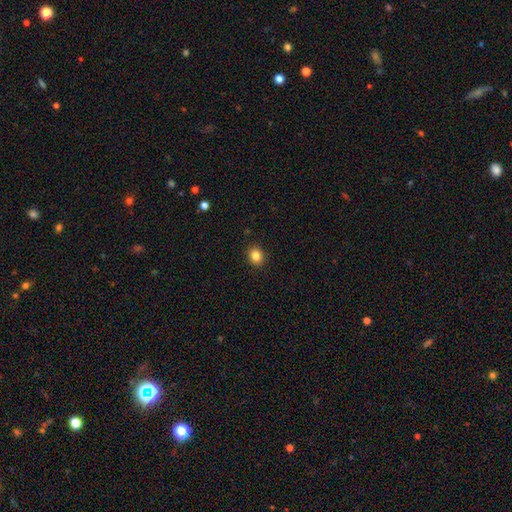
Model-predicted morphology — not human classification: Smooth or featured? smooth (83%)
How rounded? round (69%)
Merging? none (91%)